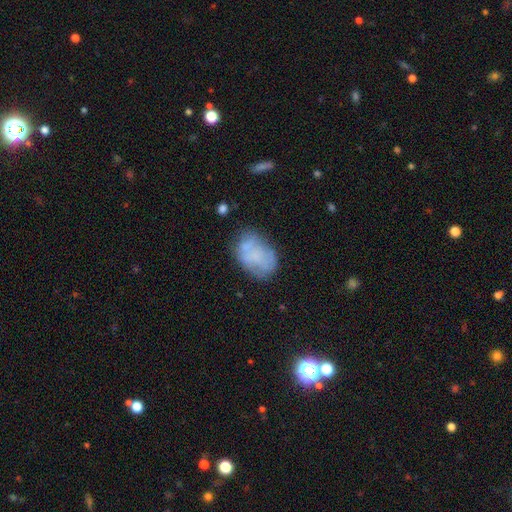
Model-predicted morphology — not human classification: smooth_or_featured: smooth (p=0.58) [alt: featured or disk p=0.32]
how_rounded: in between (p=0.84) [alt: round p=0.15]
merging: none (p=0.51) [alt: minor disturbance p=0.27]